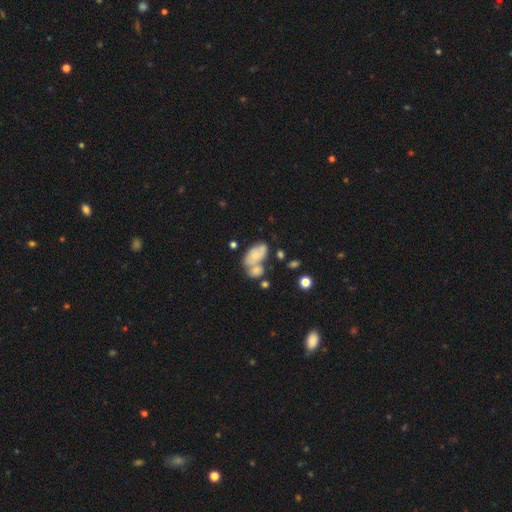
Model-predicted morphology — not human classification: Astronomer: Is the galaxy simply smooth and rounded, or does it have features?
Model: smooth — 52% (runner-up: featured or disk, 39%).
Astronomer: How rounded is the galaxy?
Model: in between — 89%.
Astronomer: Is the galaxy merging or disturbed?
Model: merger — 51%.